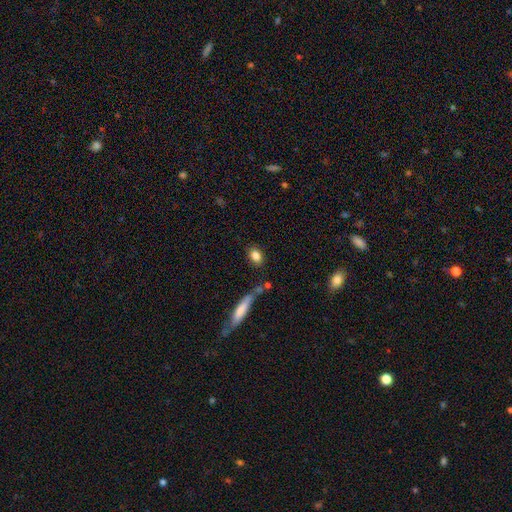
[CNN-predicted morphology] type=smooth (83%); roundness=in between (71%); merging=none (77%).